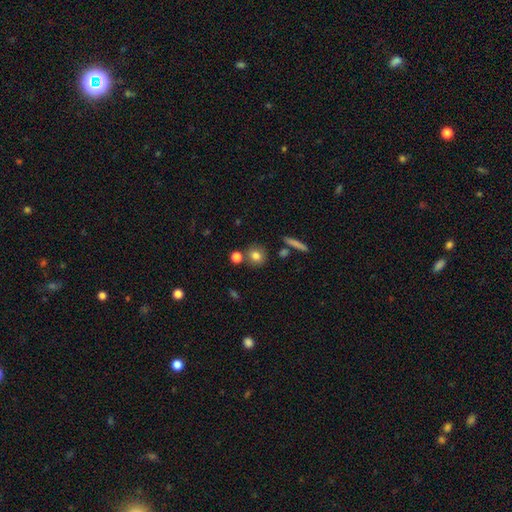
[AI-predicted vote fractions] Morphology: type=smooth (79%); roundness=round (86%); merging=none (73%).